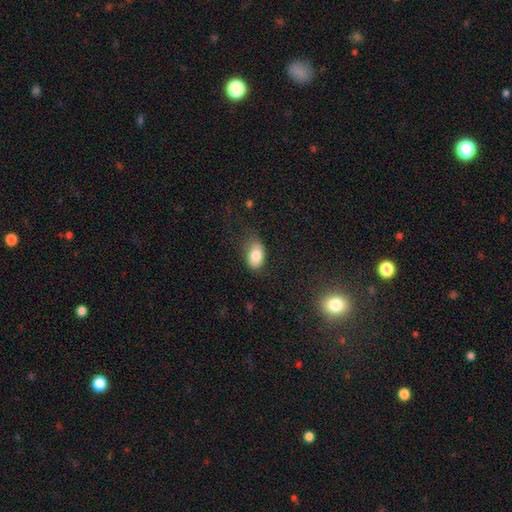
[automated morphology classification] The model was most divided on "merging": none: 60%, minor disturbance: 28%, major disturbance: 10%, merger: 2%. More confident: how rounded — in between (87%); smooth or featured — smooth (82%).